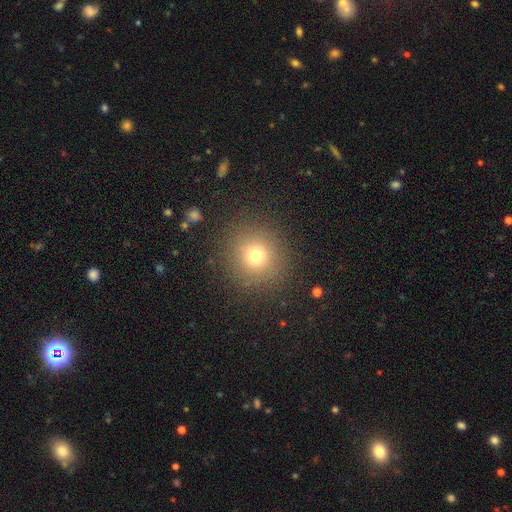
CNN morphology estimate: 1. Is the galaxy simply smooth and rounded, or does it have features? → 73% smooth, 17% star or artifact, 10% featured or disk.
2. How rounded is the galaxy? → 93% round, 6% in between, 1% cigar-shaped.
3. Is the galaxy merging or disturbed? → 89% none, 7% minor disturbance, 3% major disturbance, 1% merger.